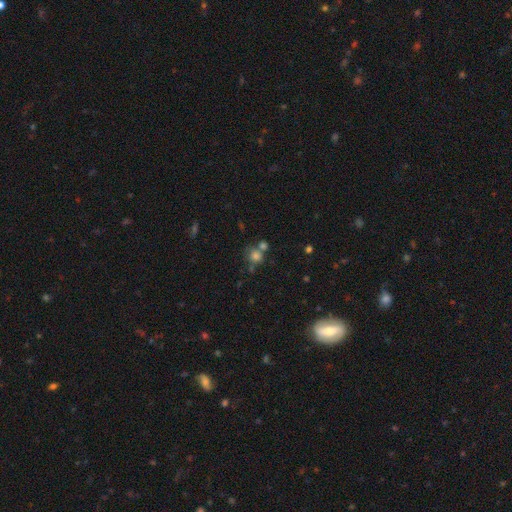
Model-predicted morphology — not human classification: This is likely a smooth galaxy (76%). How rounded: clearly round (81%). Merging: possibly none (50%).